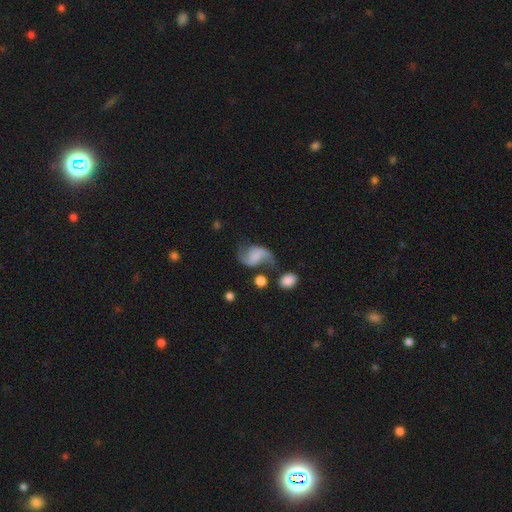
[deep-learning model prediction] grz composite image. It shows a featured or disk galaxy (72%) with no bar (46%), 2 (90%) loose (68%) spiral arms (93%) and no central bulge (46%). Merging: none (52%).